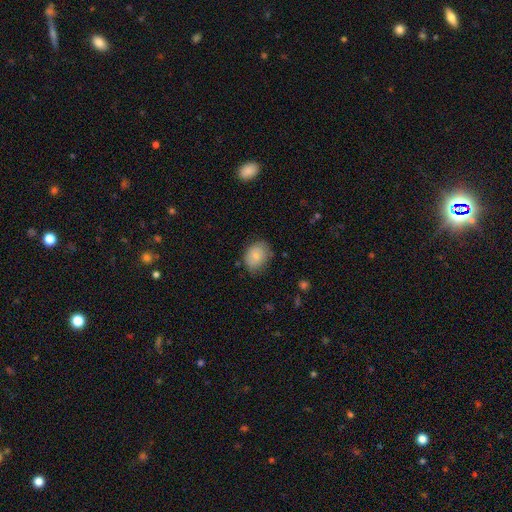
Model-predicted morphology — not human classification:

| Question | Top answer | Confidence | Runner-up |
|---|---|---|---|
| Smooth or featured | smooth | 80% | featured or disk (13%) |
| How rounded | in between | 61% | round (38%) |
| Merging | none | 72% | minor disturbance (21%) |